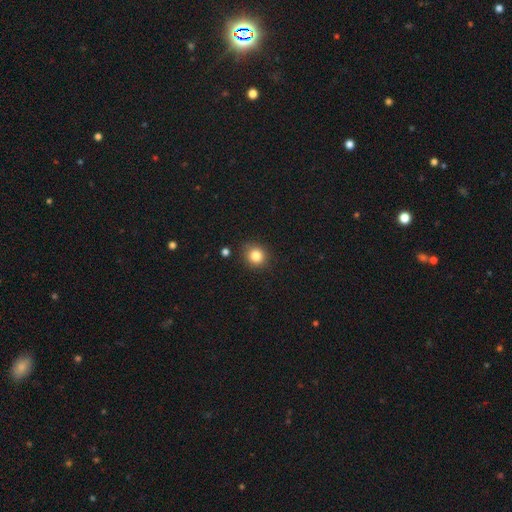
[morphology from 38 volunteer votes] A smooth galaxy with no disk features (92%) that is round (94%). Merging: none (89%).